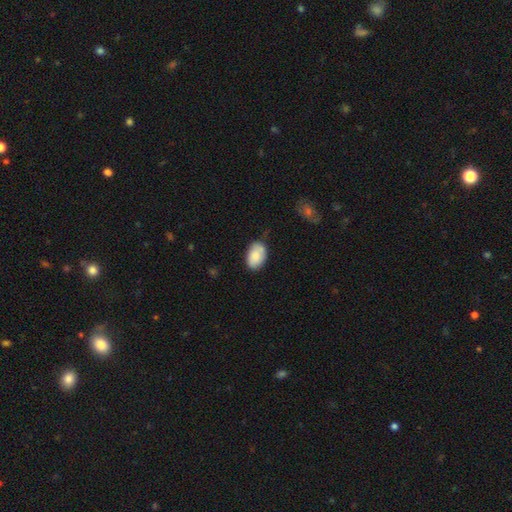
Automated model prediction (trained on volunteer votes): Overall: smooth (83%). How rounded: in between (88%). Merging: none (66%).